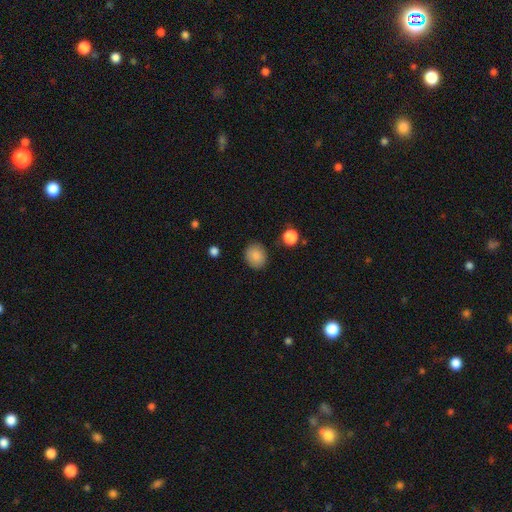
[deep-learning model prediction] Smooth or featured? smooth (87%)
How rounded? round (69%)
Merging? none (86%)